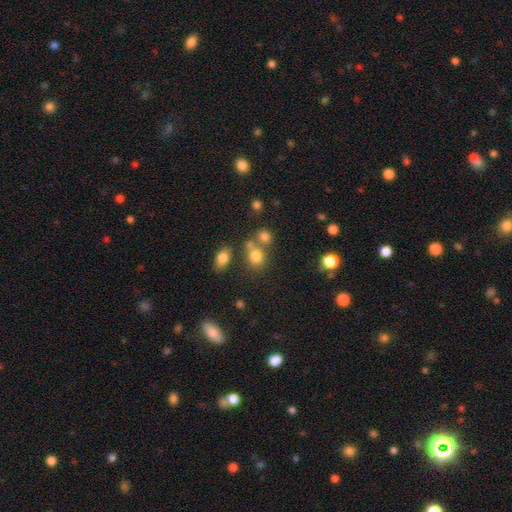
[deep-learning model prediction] This appears to be a smooth galaxy with no disk features (76%) that is round (66%). Merging: none (53%).